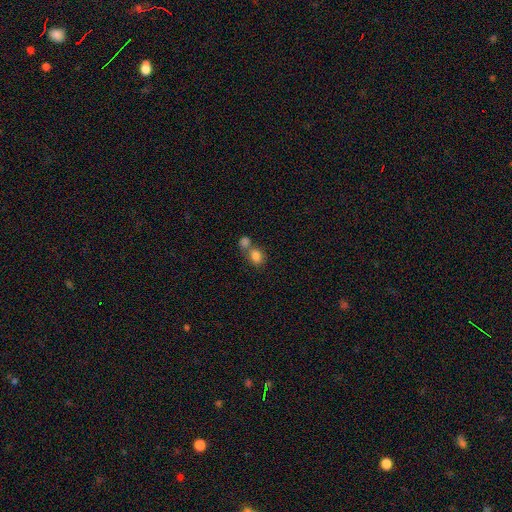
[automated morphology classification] The model was most divided on "merging": merger: 49%, none: 39%, minor disturbance: 8%, major disturbance: 4%. More confident: smooth or featured — smooth (83%); how rounded — round (56%).